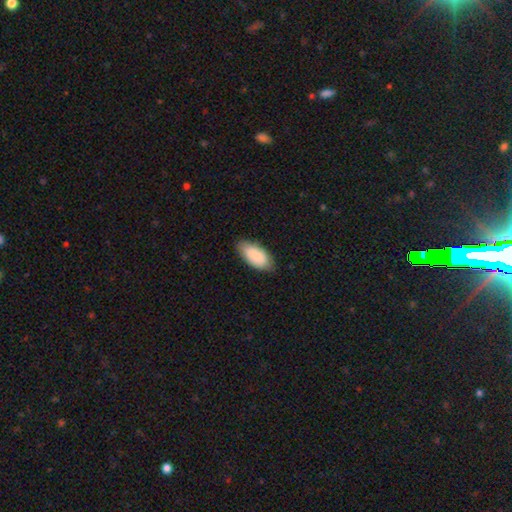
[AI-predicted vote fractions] This is clearly a smooth galaxy (88%). How rounded: clearly in between (93%). Merging: likely none (80%).